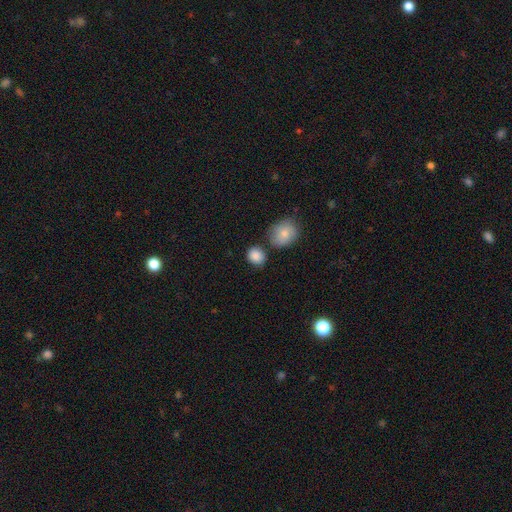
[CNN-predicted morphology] The model was most divided on "how rounded": round: 72%, in between: 27%, cigar-shaped: 1%. More confident: smooth or featured — smooth (87%); merging — none (74%).